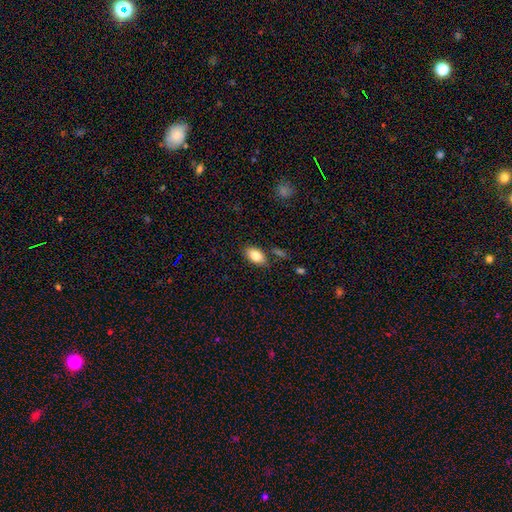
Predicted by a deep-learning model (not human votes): Smooth or featured? smooth (84%)
How rounded? in between (91%)
Merging? none (81%)